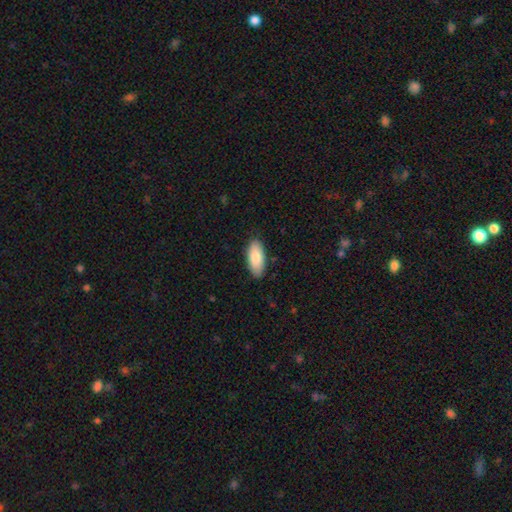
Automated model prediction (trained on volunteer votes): Overall: smooth (85%). How rounded: in between (89%). Merging: none (87%).